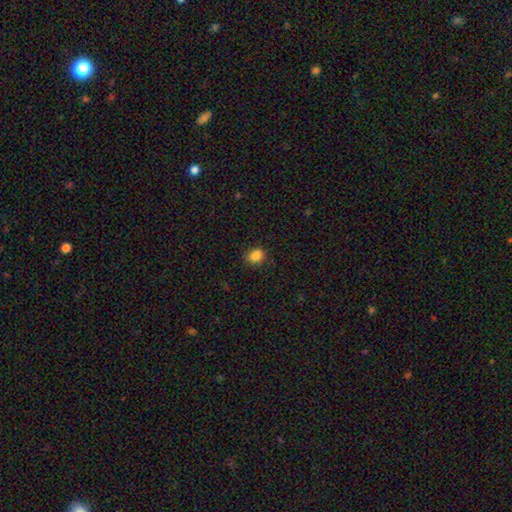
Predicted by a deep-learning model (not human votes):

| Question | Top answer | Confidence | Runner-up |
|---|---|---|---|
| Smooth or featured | smooth | 86% | star or artifact (11%) |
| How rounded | round | 57% | in between (42%) |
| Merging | none | 87% | minor disturbance (10%) |